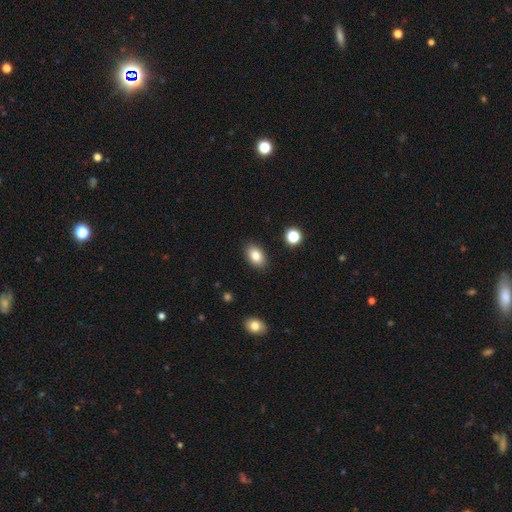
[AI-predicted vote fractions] smooth_or_featured: smooth (p=0.84) [alt: star or artifact p=0.09]
how_rounded: in between (p=0.88) [alt: round p=0.11]
merging: none (p=0.88) [alt: minor disturbance p=0.09]